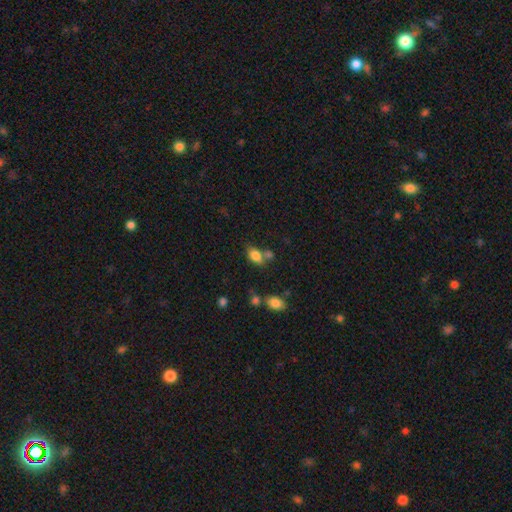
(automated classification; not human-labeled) This is clearly a smooth galaxy (81%). How rounded: clearly in between (86%). Merging: possibly none (52%).